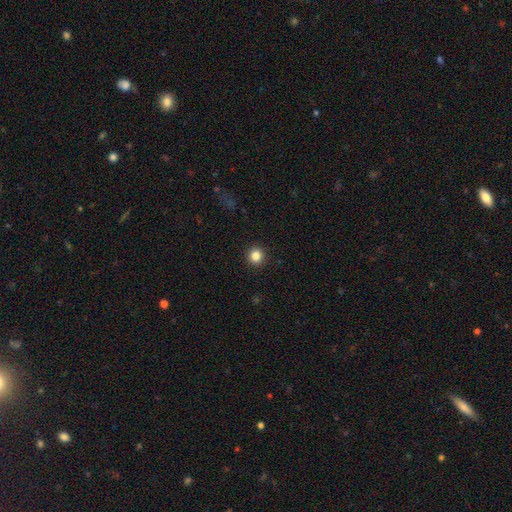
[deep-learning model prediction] smooth 84%, star or artifact 11%, featured or disk 5%. Down the decision tree: how rounded — round (94%); merging — none (93%).